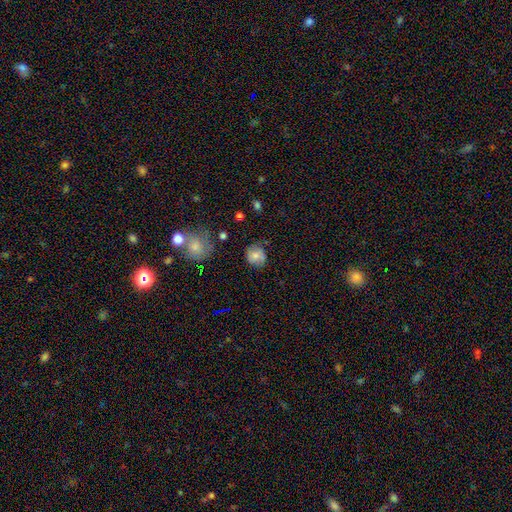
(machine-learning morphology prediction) Overall: smooth (67%). How rounded: round (79%). Merging: none (68%).